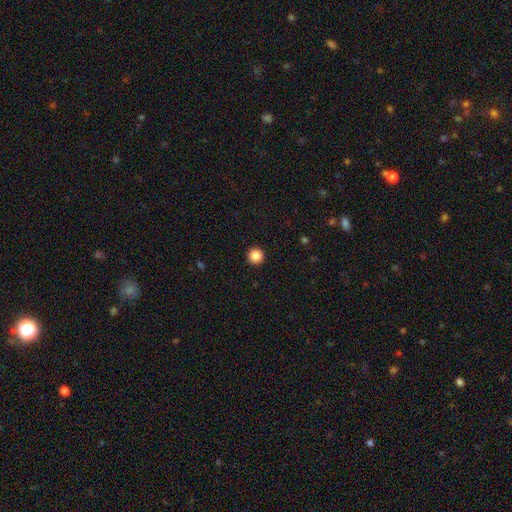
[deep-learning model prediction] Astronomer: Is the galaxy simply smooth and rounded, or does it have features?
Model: smooth — 86%.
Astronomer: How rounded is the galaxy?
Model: round — 96%.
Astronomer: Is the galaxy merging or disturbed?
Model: none — 94%.